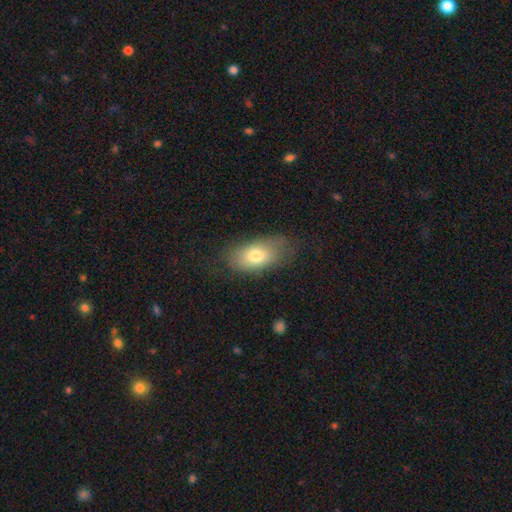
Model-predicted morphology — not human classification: This is likely a smooth galaxy (76%). How rounded: clearly in between (90%). Merging: likely none (67%).